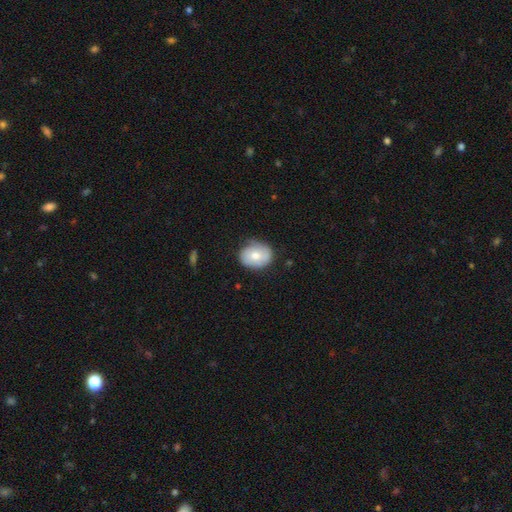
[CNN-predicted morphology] This is likely a smooth galaxy (63%). How rounded: possibly round (55%). Merging: likely none (67%).